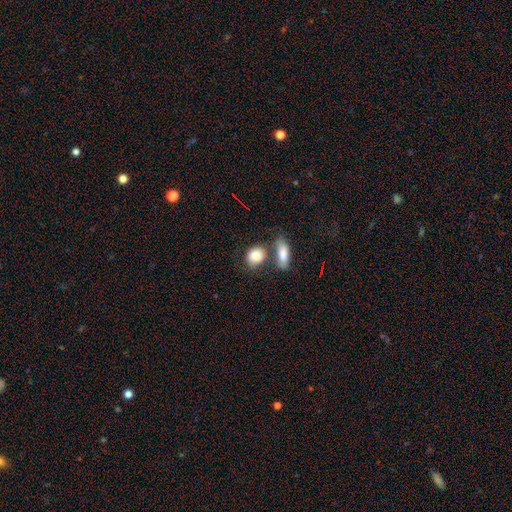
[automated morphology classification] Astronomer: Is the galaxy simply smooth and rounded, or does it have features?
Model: smooth — 85%.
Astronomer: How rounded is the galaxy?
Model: in between — 57% (runner-up: round, 39%).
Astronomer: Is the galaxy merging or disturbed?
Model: none — 49% (runner-up: merger, 29%).